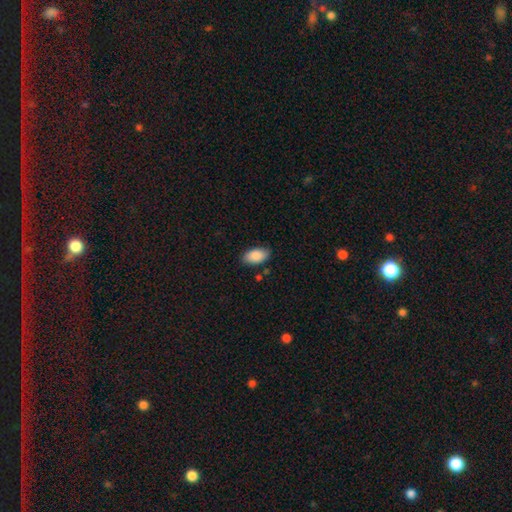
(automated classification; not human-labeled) Smooth or featured? Predicted: smooth (p=0.88). How rounded? Predicted: in between (p=0.95). Merging? Predicted: none (p=0.82).